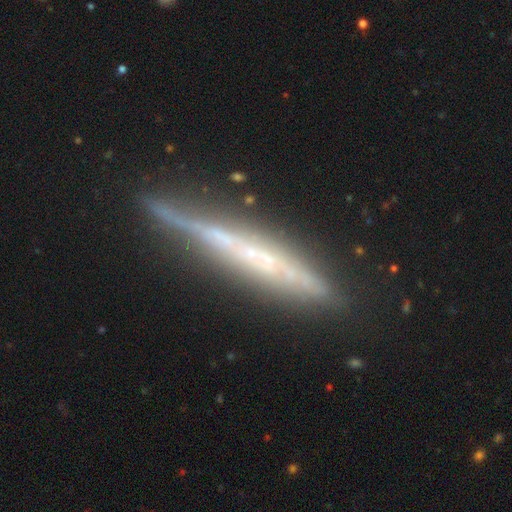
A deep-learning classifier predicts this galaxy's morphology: Q: Smooth or featured?
A: featured or disk (77%); runner-up: smooth (17%)
Q: Edge-on disk?
A: yes (94%); runner-up: no (6%)
Q: Edge-on bulge?
A: none (72%); runner-up: rounded (19%)
Q: Merging?
A: none (80%); runner-up: minor disturbance (15%)